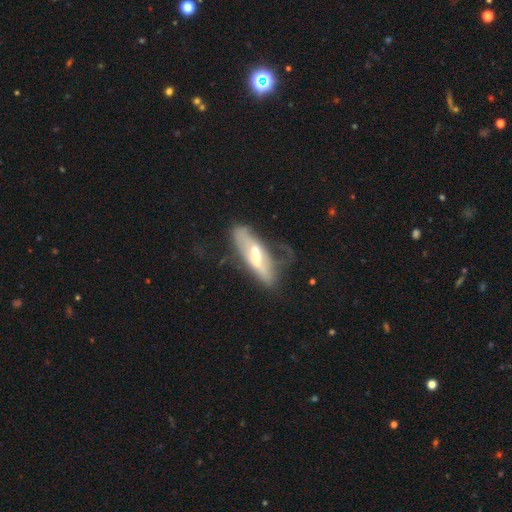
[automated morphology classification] Smooth or featured? Predicted: featured or disk (p=0.57). Edge-on disk? Predicted: no (p=0.59). Merging? Predicted: none (p=0.39).